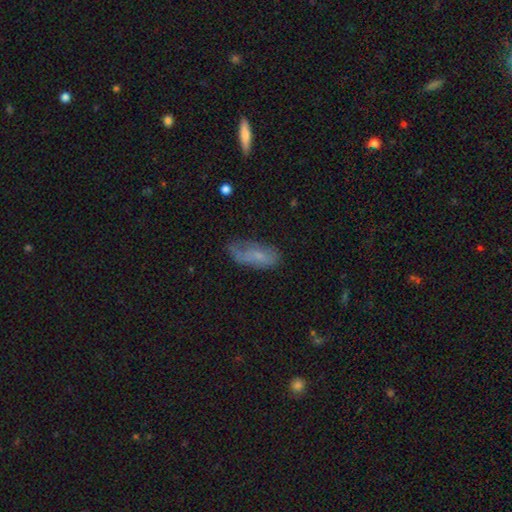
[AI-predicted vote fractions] Morphology: type=smooth (61%); roundness=in between (80%); merging=none (45%).